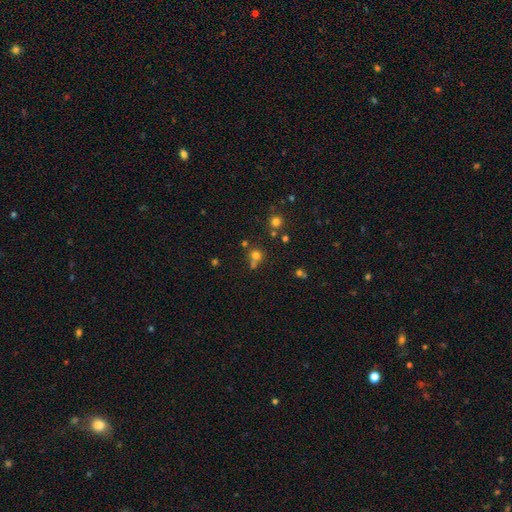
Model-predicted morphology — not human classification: Smooth or featured? smooth (68%)
How rounded? round (86%)
Merging? none (55%)